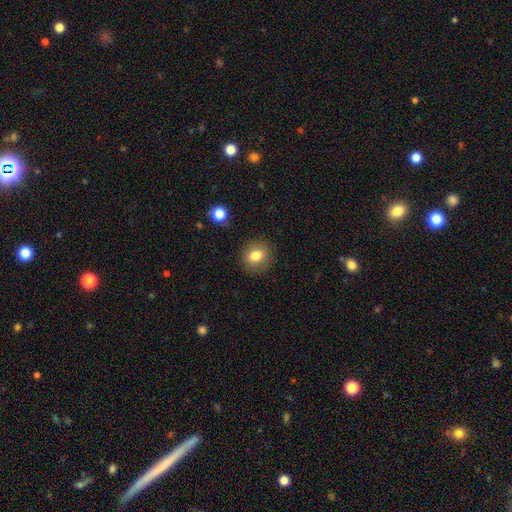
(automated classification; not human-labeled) This is likely a smooth galaxy (80%). How rounded: likely round (72%). Merging: clearly none (87%).